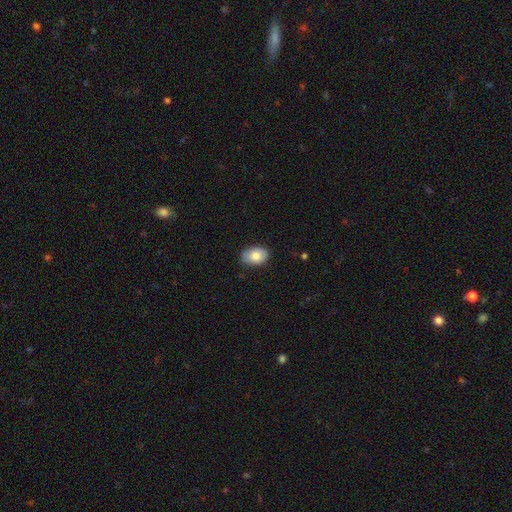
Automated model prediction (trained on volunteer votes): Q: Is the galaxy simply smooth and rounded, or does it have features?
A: smooth — 80%.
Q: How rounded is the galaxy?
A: in between — 85%.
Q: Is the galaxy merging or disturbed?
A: none — 81%.